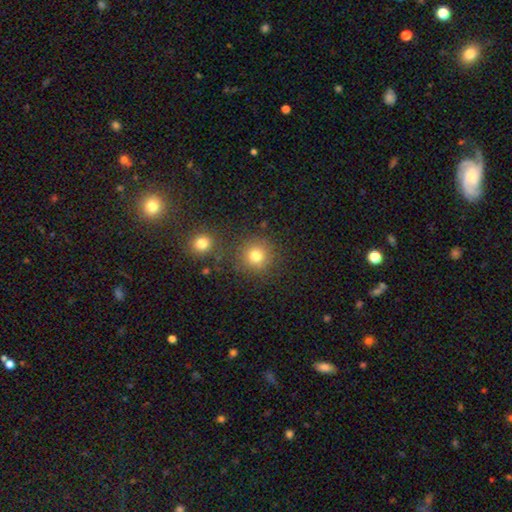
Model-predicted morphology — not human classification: type=smooth (78%); roundness=round (93%); merging=none (80%).